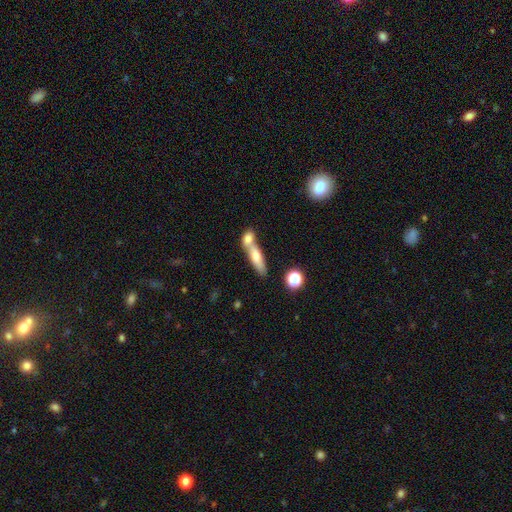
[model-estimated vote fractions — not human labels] Overall: smooth (65%; featured or disk 26%). How rounded: cigar-shaped (56%; in between 39%). Merging: merger (54%; none 34%).